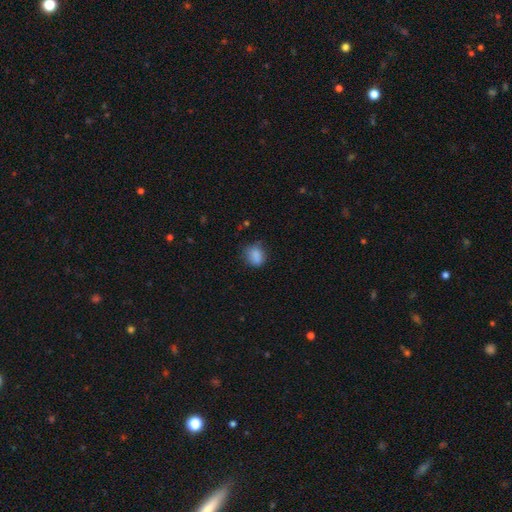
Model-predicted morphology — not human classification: A smooth galaxy with no disk features (84%) that is round (53%). Merging: none (65%).